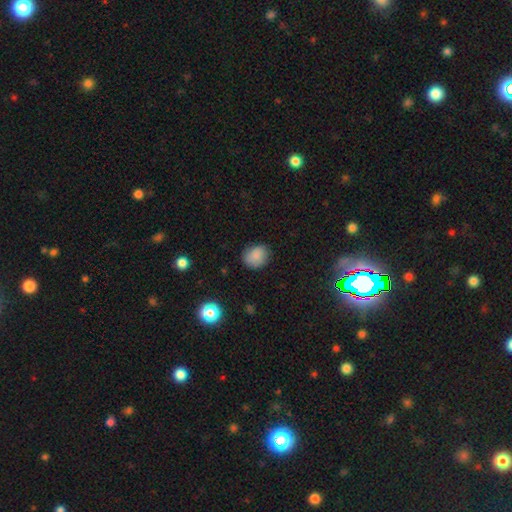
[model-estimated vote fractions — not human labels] smooth-or-featured: smooth: 84% | star or artifact: 10% | featured or disk: 7%
  how-rounded: round: 57% | in between: 42% | cigar-shaped: 1%
  merging: none: 79% | minor disturbance: 17% | major disturbance: 3% | merger: 1%